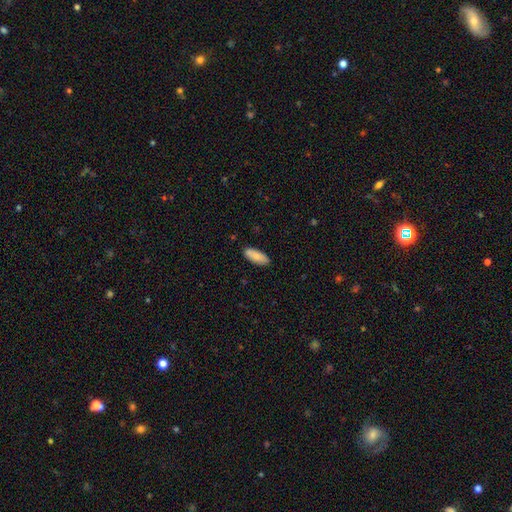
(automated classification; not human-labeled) Overall: smooth (81%). How rounded: in between (78%). Merging: none (85%).